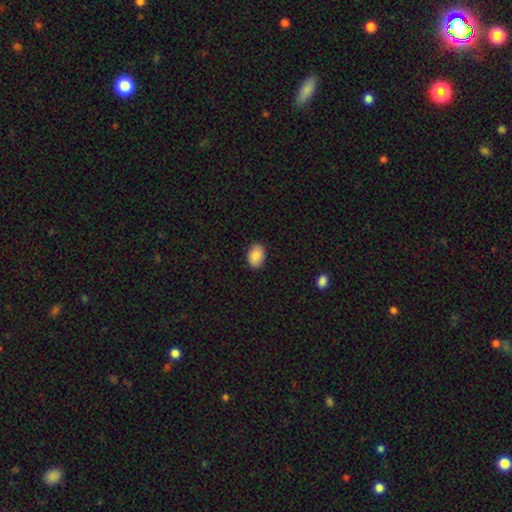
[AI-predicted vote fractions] A smooth galaxy with no disk features (89%) that is in between round and cigar-shaped (84%).

Vote fractions:
- Smooth or featured? smooth: 89% / star or artifact: 7% / featured or disk: 4%
- How rounded? in between: 84% / round: 15% / cigar-shaped: 1%
- Merging? none: 89% / minor disturbance: 8% / major disturbance: 2% / merger: 1%